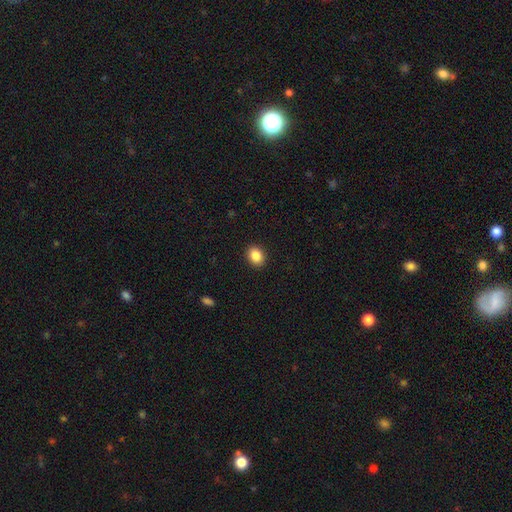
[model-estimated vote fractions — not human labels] Smooth or featured? Predicted: smooth (p=0.87). How rounded? Predicted: in between (p=0.58). Merging? Predicted: none (p=0.91).